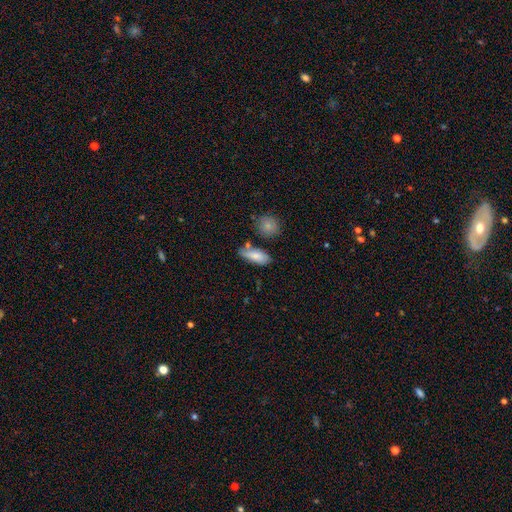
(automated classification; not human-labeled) This is likely a smooth galaxy (76%). How rounded: likely in between (77%). Merging: possibly none (58%).